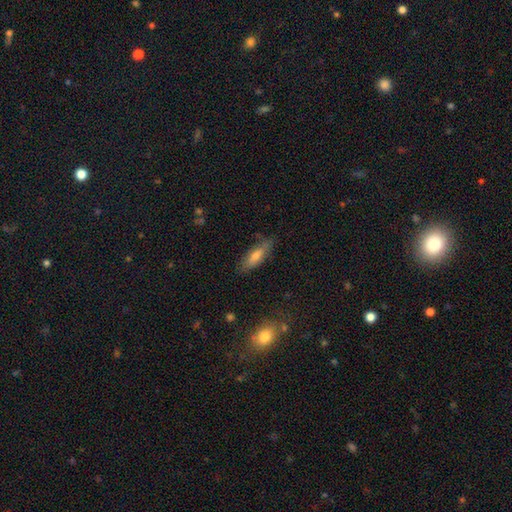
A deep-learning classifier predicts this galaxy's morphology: Smooth or featured: smooth — 50% (featured or disk — 38%)
Merging: none — 80% (minor disturbance — 15%)